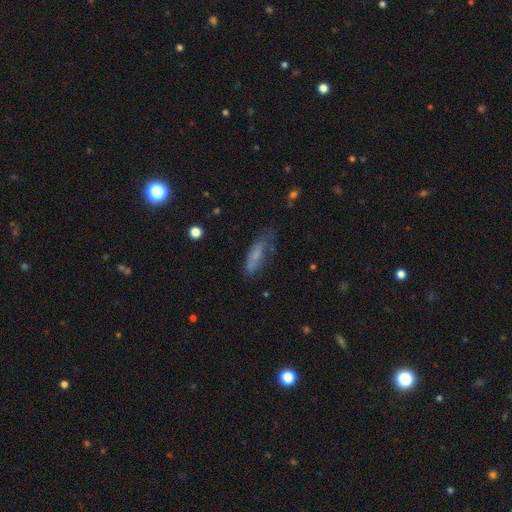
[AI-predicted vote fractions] Q: Smooth or featured?
A: smooth (61%); runner-up: featured or disk (27%)
Q: How rounded?
A: cigar-shaped (54%); runner-up: in between (44%)
Q: Merging?
A: none (50%); runner-up: minor disturbance (29%)